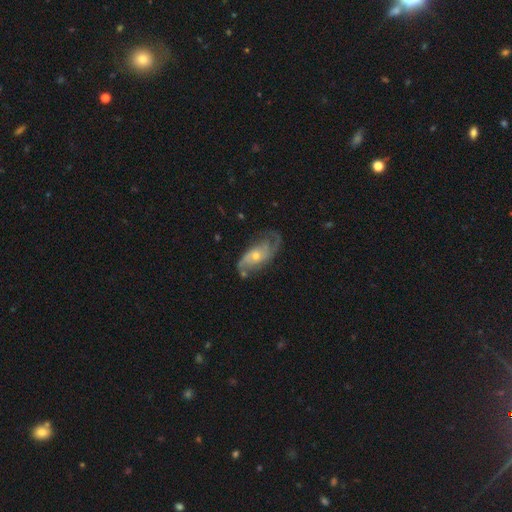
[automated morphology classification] Q: Smooth or featured?
A: featured or disk (78%); runner-up: smooth (16%)
Q: Edge-on disk?
A: no (94%); runner-up: yes (6%)
Q: Bar?
A: no (72%); runner-up: weak (23%)
Q: Spiral arms?
A: yes (90%); runner-up: no (10%)
Q: Spiral winding?
A: medium (41%); runner-up: loose (35%)
Q: Spiral arm count?
A: 2 (68%); runner-up: can't tell (15%)
Q: Bulge size?
A: moderate (48%); runner-up: small (47%)
Q: Merging?
A: none (59%); runner-up: minor disturbance (23%)